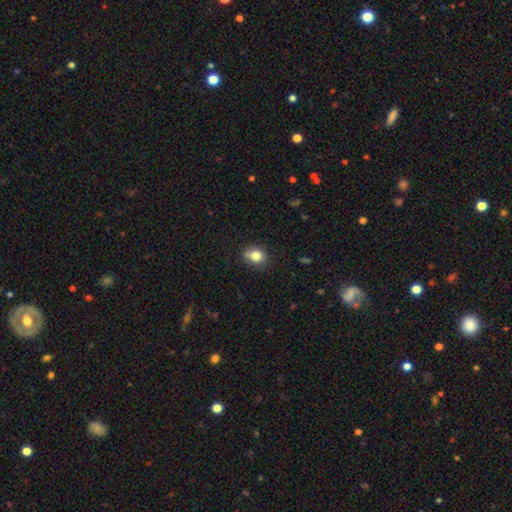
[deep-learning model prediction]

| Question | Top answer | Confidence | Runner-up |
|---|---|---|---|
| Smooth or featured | smooth | 79% | star or artifact (12%) |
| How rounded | round | 64% | in between (35%) |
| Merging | none | 71% | minor disturbance (19%) |